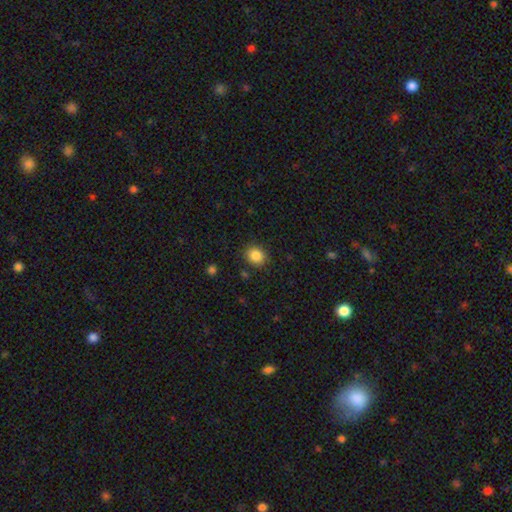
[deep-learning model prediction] Smooth or featured? Predicted: smooth (p=0.86). How rounded? Predicted: round (p=0.71). Merging? Predicted: none (p=0.87).